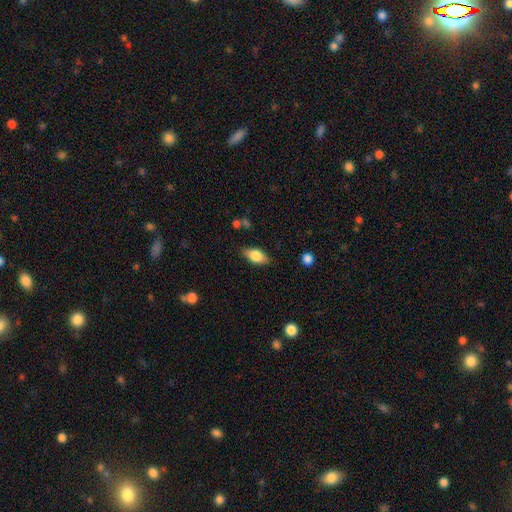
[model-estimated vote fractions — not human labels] Overall: smooth (77%). How rounded: in between (88%). Merging: none (82%).